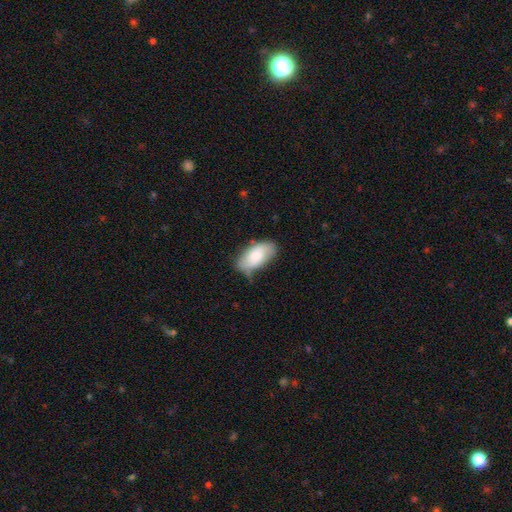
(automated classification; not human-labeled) Smooth or featured? Predicted: smooth (p=0.76). How rounded? Predicted: in between (p=0.94). Merging? Predicted: none (p=0.60).